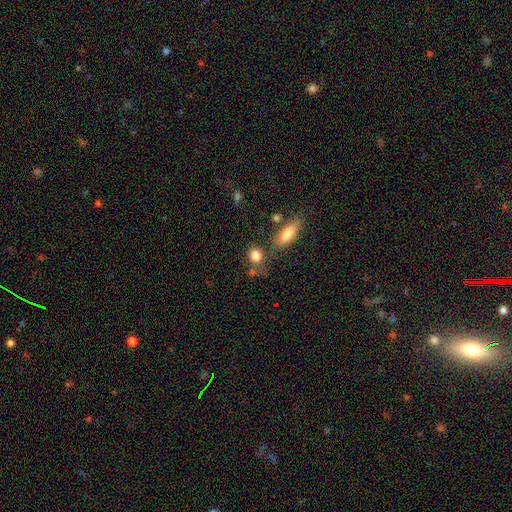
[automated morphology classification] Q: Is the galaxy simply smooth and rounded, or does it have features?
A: smooth — 83%.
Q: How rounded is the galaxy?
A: round — 66%.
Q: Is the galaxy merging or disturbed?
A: none — 62%.